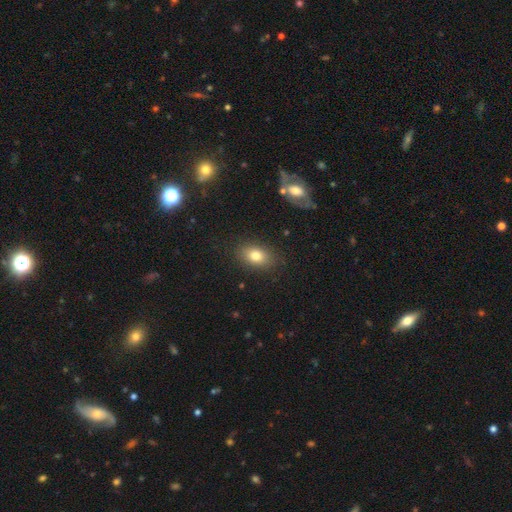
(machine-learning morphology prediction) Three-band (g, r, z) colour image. It shows a smooth galaxy with no disk features (79%) that is in between round and cigar-shaped (82%). Merging: none (84%).